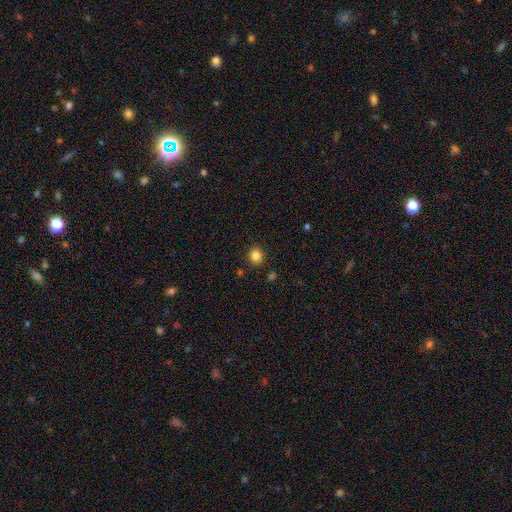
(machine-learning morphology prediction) smooth 84%, star or artifact 12%, featured or disk 4%. Down the decision tree: how rounded — round (82%); merging — none (89%).